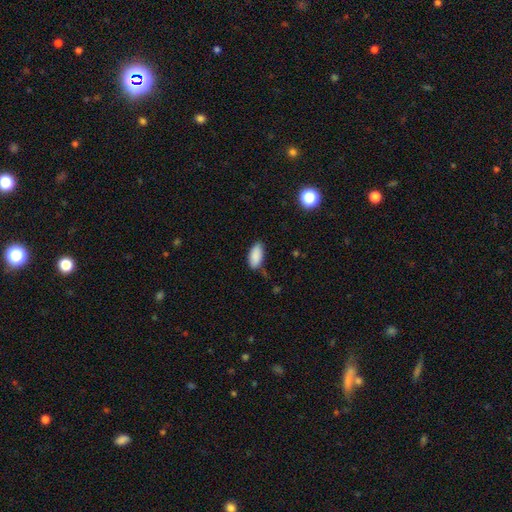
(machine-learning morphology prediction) Overall: smooth (88%). How rounded: in between (91%). Merging: none (72%).